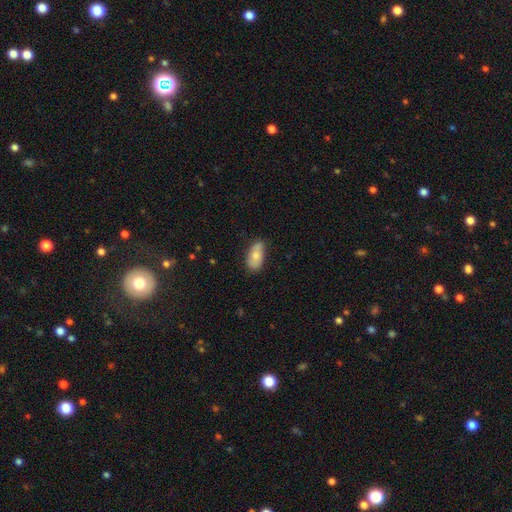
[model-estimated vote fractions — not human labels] The model was most divided on "merging": none: 71%, minor disturbance: 24%, major disturbance: 4%, merger: 2%. More confident: how rounded — in between (91%); smooth or featured — smooth (75%).